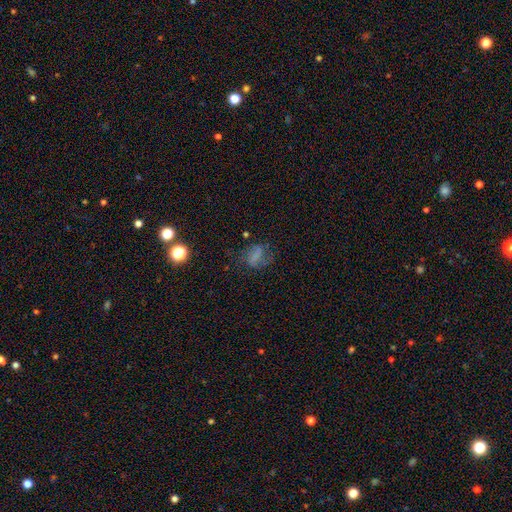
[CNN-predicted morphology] This is possibly a smooth galaxy (47%). Merging: possibly none (55%).